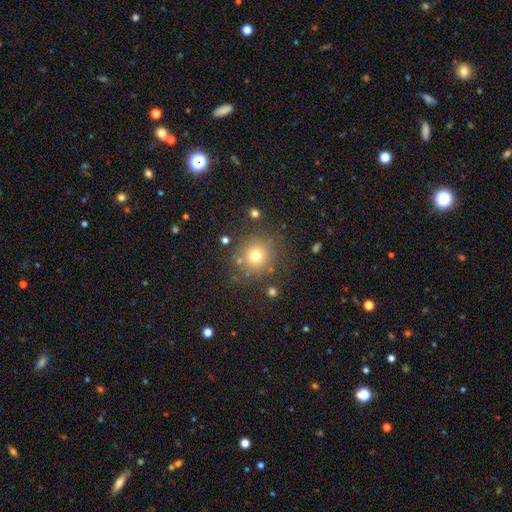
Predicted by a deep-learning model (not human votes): smooth-or-featured: smooth: 73% | star or artifact: 17% | featured or disk: 10%
  how-rounded: round: 92% | in between: 7% | cigar-shaped: 1%
  merging: none: 81% | minor disturbance: 9% | merger: 5% | major disturbance: 4%